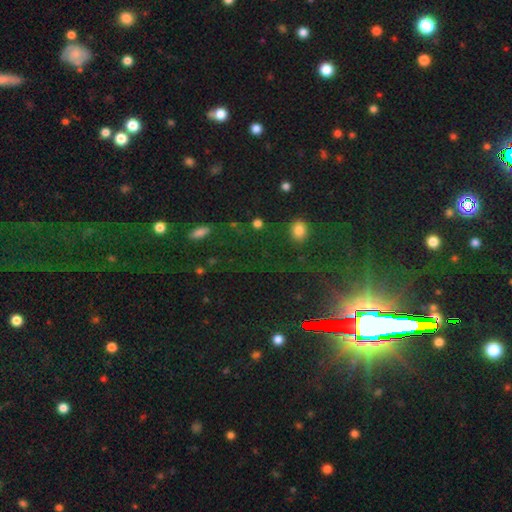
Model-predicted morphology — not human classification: A star or artifact, not a galaxy (79%).